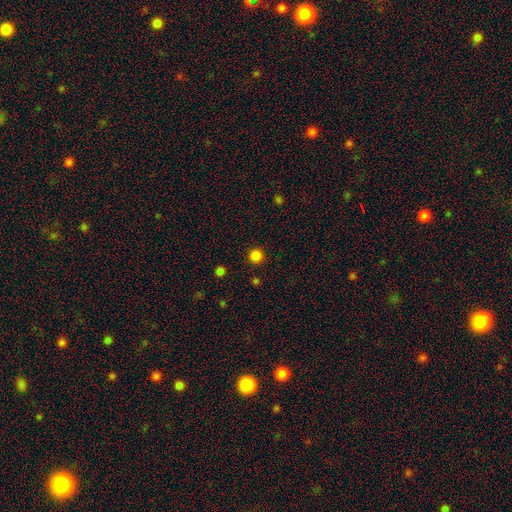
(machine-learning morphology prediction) This is clearly a smooth galaxy (84%). How rounded: clearly round (96%). Merging: clearly none (93%).